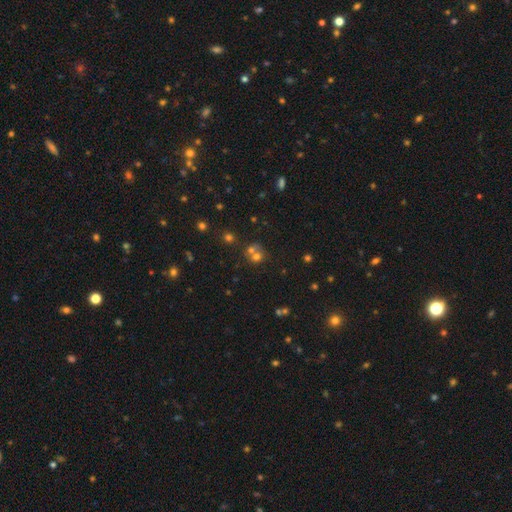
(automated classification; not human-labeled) The model was most divided on "merging": none: 48%, merger: 41%, minor disturbance: 7%, major disturbance: 4%. More confident: how rounded — round (83%); smooth or featured — smooth (56%).